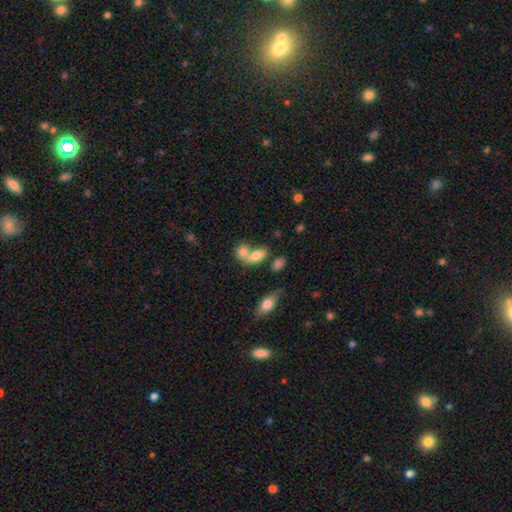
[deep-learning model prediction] Smooth or featured: smooth — 74% (featured or disk — 16%)
How rounded: in between — 80% (round — 15%)
Merging: merger — 62% (none — 25%)